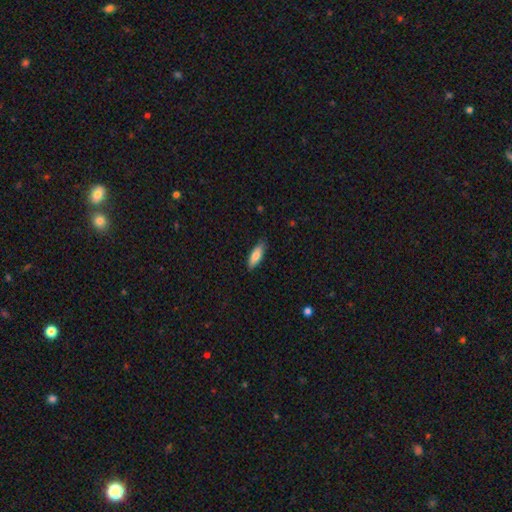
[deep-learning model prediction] smooth_or_featured: smooth (p=0.81) [alt: featured or disk p=0.14]
how_rounded: in between (p=0.55) [alt: cigar-shaped p=0.43]
merging: none (p=0.86) [alt: minor disturbance p=0.11]